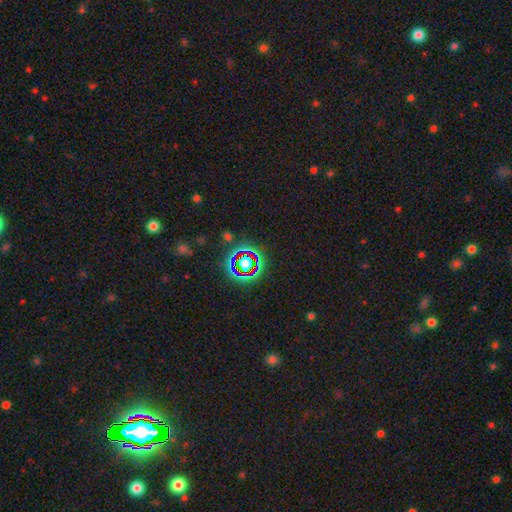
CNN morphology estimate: A star or artifact, not a galaxy (68%).

Vote fractions:
- Smooth or featured? star or artifact: 68% / smooth: 17% / featured or disk: 15%